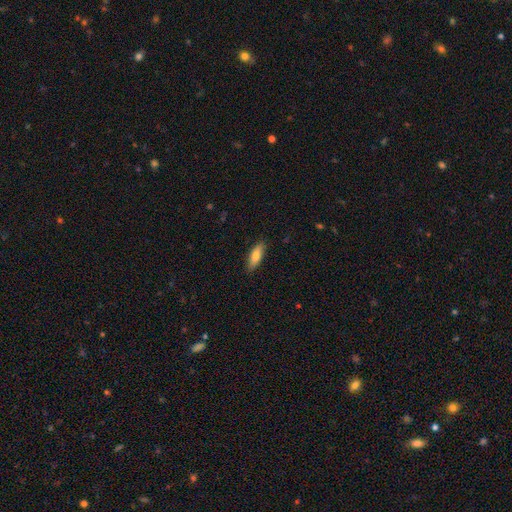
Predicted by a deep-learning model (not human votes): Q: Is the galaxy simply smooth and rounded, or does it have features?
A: smooth — 78%.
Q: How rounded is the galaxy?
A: in between — 57%.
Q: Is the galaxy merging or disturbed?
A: none — 87%.